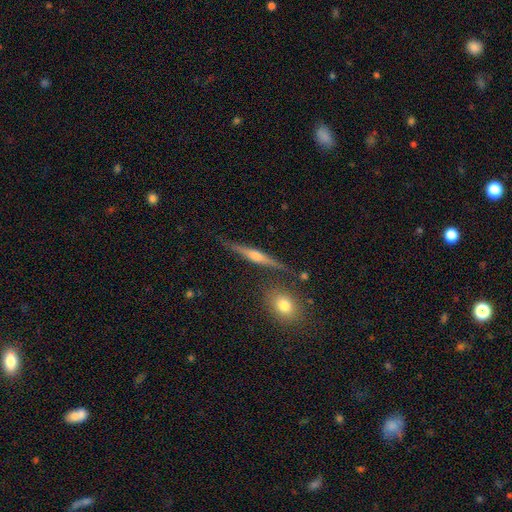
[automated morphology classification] Q: Smooth or featured?
A: featured or disk (79%); runner-up: smooth (14%)
Q: Edge-on disk?
A: yes (97%); runner-up: no (3%)
Q: Edge-on bulge?
A: rounded (87%); runner-up: boxy (7%)
Q: Merging?
A: none (85%); runner-up: minor disturbance (9%)